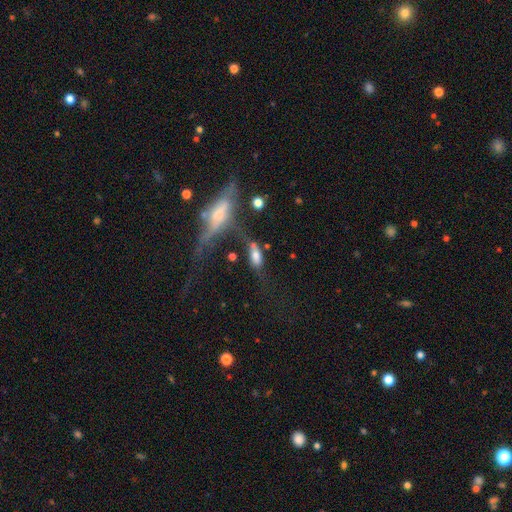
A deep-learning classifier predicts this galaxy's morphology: Overall: smooth (56%; featured or disk 30%). How rounded: in between (76%). Merging: none (36%; merger 24%).